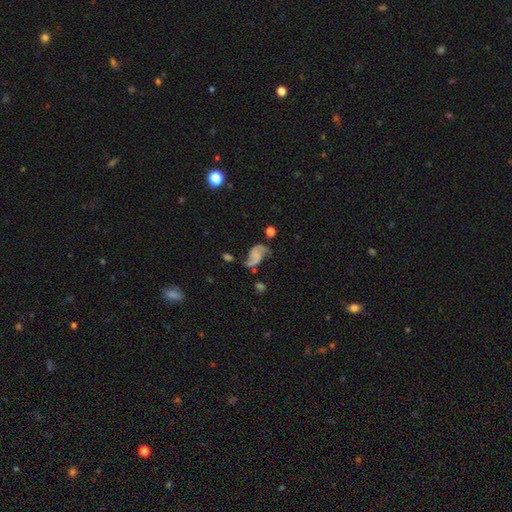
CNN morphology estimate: Overall: featured or disk (75%). Edge-on disk: no (98%). Bar: no (64%; weak 27%). Spiral arms: yes (92%). Spiral arm count: 2 (89%). Spiral winding: loose (64%; medium 28%). Bulge size: none (66%). Merging: none (49%; minor disturbance 22%).